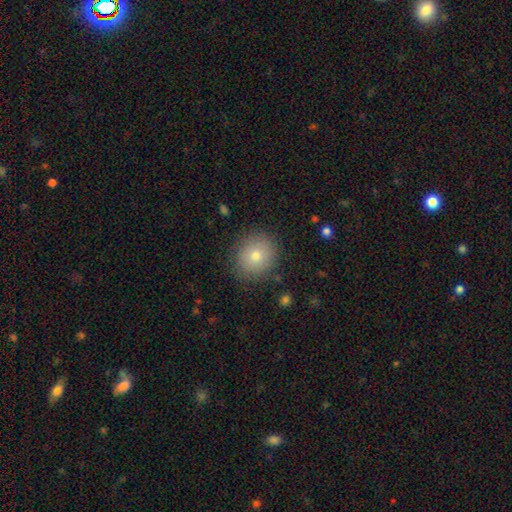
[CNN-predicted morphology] smooth 76%, featured or disk 13%, star or artifact 11%. Down the decision tree: how rounded — round (82%); merging — none (87%).